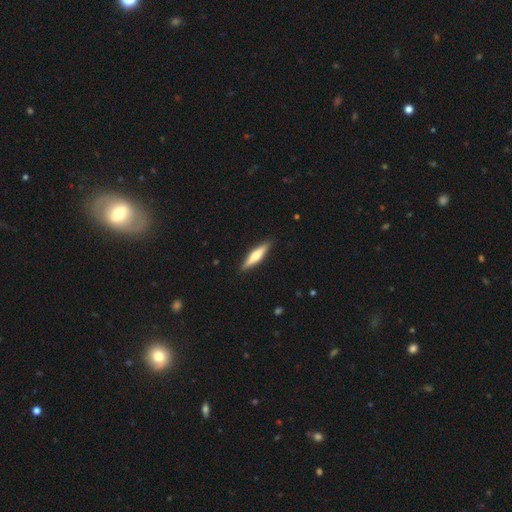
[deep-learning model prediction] Morphology: type=featured or disk (52%); edge-on=yes (96%); edge-on bulge=rounded (86%); merging=none (90%).